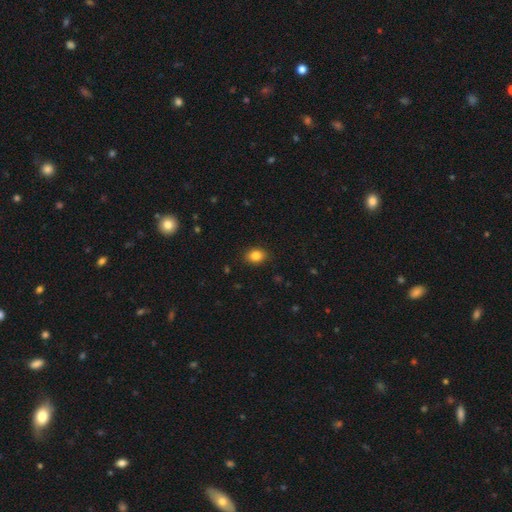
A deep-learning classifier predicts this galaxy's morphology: type=smooth (85%); roundness=in between (62%); merging=none (88%).